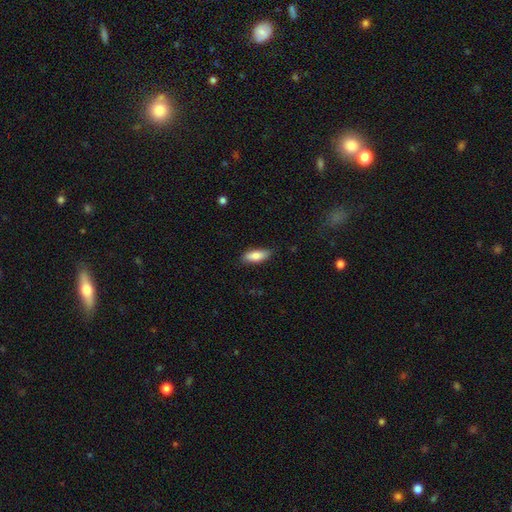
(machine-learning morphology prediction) Smooth or featured?
  - smooth: 84% *
  - featured or disk: 10%
  - star or artifact: 6%
How rounded?
  - in between: 78% *
  - cigar-shaped: 20%
  - round: 2%
Merging?
  - none: 84% *
  - minor disturbance: 13%
  - major disturbance: 2%
  - merger: 1%